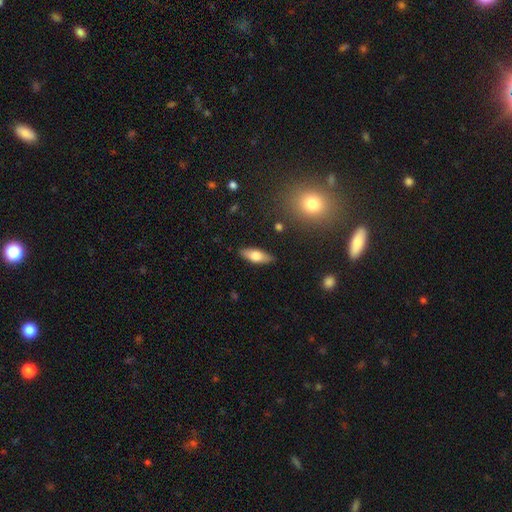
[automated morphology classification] type=smooth (64%); roundness=in between (67%); merging=none (86%).